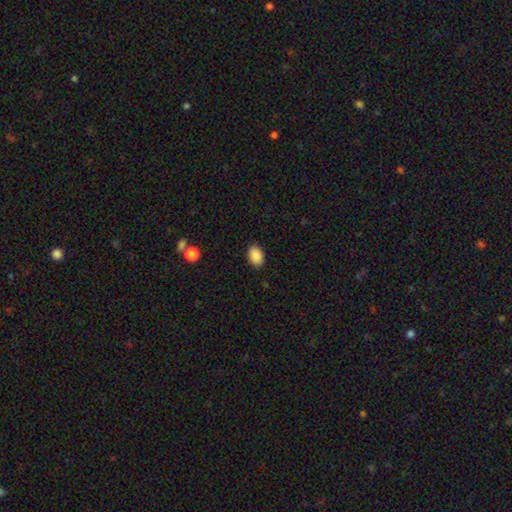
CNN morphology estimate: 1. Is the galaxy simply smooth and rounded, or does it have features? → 89% smooth, 8% star or artifact, 3% featured or disk.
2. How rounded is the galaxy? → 82% in between, 17% round, 1% cigar-shaped.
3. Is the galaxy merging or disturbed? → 88% none, 9% minor disturbance, 2% major disturbance, 1% merger.